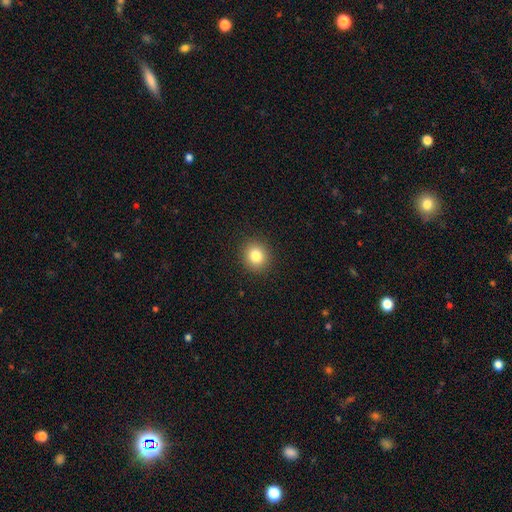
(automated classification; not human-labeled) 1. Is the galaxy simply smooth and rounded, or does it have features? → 83% smooth, 11% star or artifact, 7% featured or disk.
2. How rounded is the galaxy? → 84% round, 15% in between, 1% cigar-shaped.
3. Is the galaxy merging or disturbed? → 91% none, 6% minor disturbance, 2% major disturbance, 1% merger.